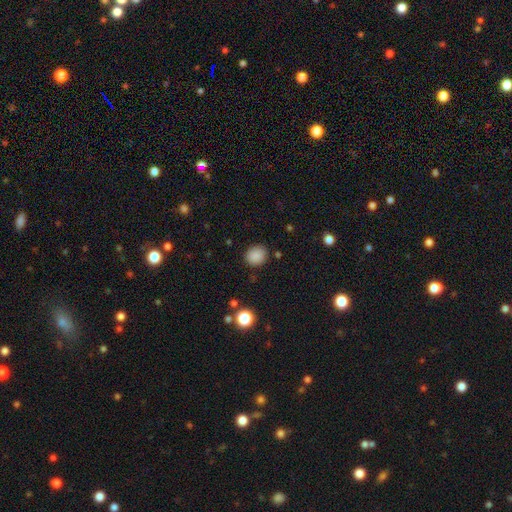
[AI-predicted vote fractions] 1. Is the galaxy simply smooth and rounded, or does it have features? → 86% smooth, 11% star or artifact, 3% featured or disk.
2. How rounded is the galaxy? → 73% round, 26% in between, 1% cigar-shaped.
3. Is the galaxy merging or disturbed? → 84% none, 11% minor disturbance, 3% major disturbance, 2% merger.